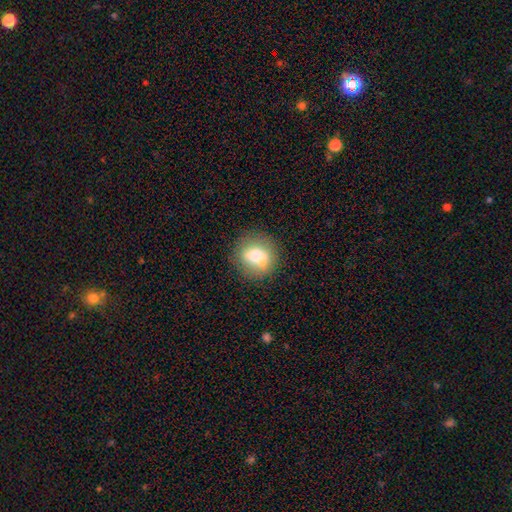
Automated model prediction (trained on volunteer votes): smooth-or-featured: smooth: 67% | featured or disk: 23% | star or artifact: 10%
  how-rounded: round: 85% | in between: 14% | cigar-shaped: 1%
  merging: none: 76% | minor disturbance: 14% | merger: 5% | major disturbance: 5%